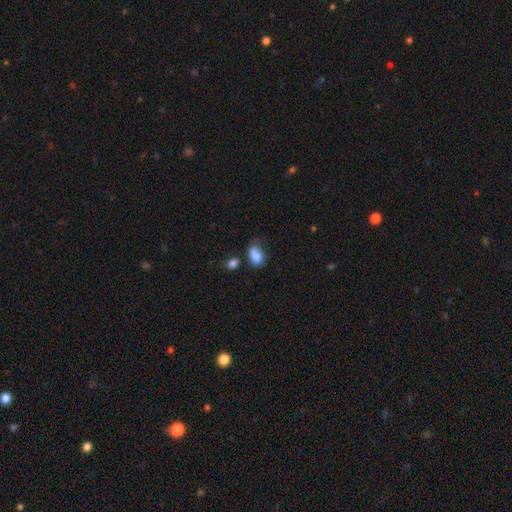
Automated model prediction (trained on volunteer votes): A smooth galaxy with no disk features (81%) that is in between round and cigar-shaped (82%). Merging: none (35%).